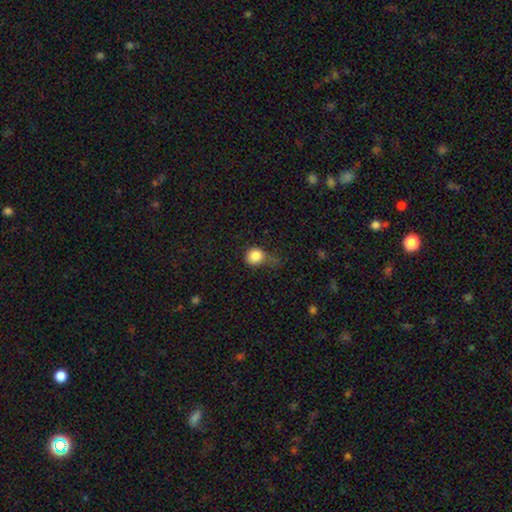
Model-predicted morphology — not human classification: A smooth galaxy with no disk features (84%) that is round (82%).

Vote fractions:
- Smooth or featured? smooth: 84% / star or artifact: 10% / featured or disk: 6%
- How rounded? round: 82% / in between: 17% / cigar-shaped: 1%
- Merging? none: 37% / minor disturbance: 34% / major disturbance: 24% / merger: 4%